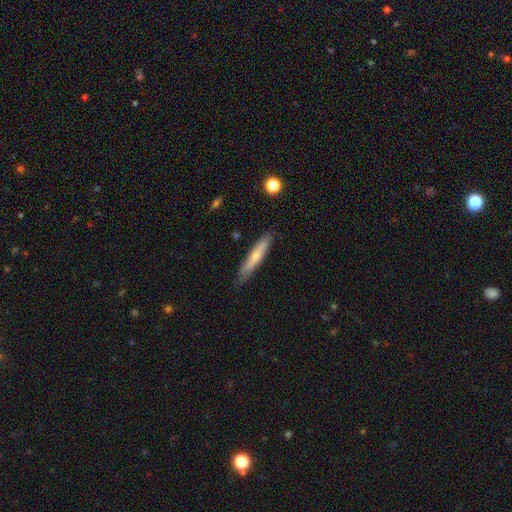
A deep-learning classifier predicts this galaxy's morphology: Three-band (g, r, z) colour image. It shows a smooth galaxy with no disk features (58%) that is cigar-shaped (90%). Merging: none (83%).